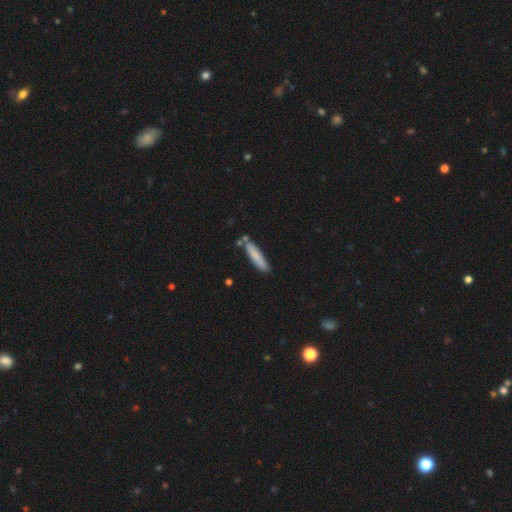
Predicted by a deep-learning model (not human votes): smooth-or-featured: smooth: 81% | featured or disk: 13% | star or artifact: 6%
  how-rounded: cigar-shaped: 81% | in between: 18% | round: 1%
  merging: none: 70% | minor disturbance: 16% | merger: 11% | major disturbance: 3%